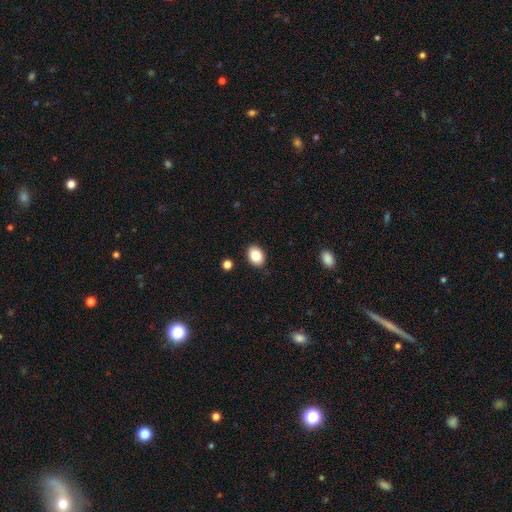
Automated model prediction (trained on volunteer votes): smooth 86%, star or artifact 8%, featured or disk 6%. Down the decision tree: how rounded — in between (74%); merging — none (88%).